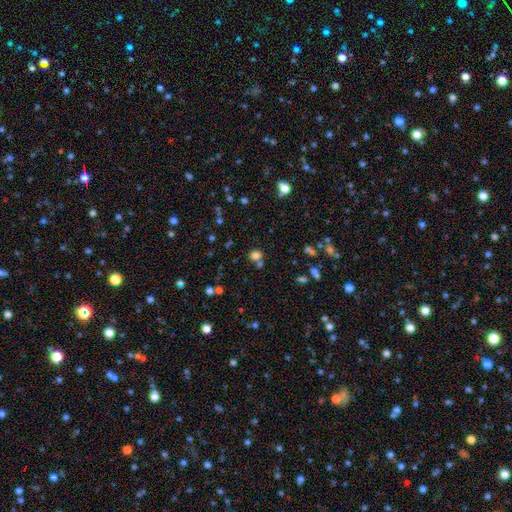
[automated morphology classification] This is likely a smooth galaxy (74%). How rounded: likely round (75%). Merging: likely none (70%).